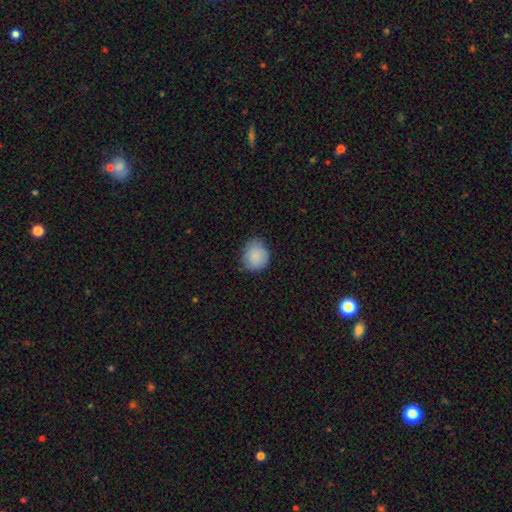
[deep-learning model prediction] Q: Smooth or featured?
A: smooth (87%); runner-up: star or artifact (8%)
Q: How rounded?
A: round (75%); runner-up: in between (24%)
Q: Merging?
A: none (78%); runner-up: minor disturbance (18%)